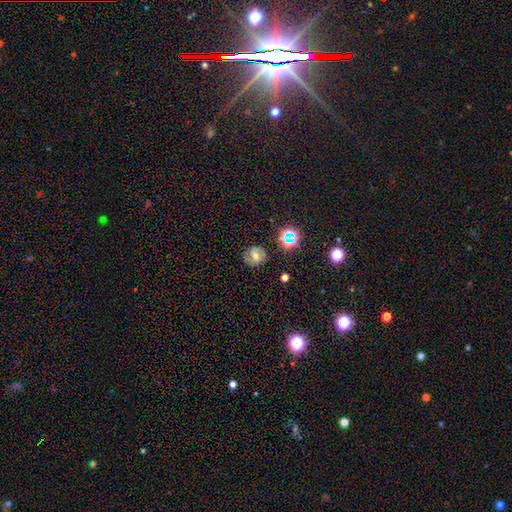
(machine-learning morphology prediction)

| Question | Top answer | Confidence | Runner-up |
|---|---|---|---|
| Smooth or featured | featured or disk | 46% | smooth (32%) |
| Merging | none | 83% | minor disturbance (11%) |